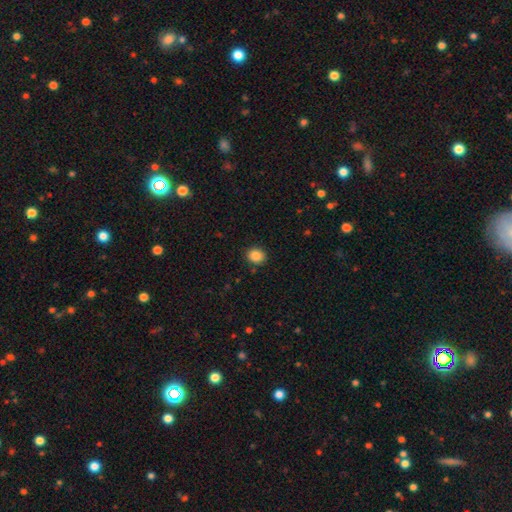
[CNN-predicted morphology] Smooth or featured? Predicted: smooth (p=0.86). How rounded? Predicted: round (p=0.65). Merging? Predicted: none (p=0.89).